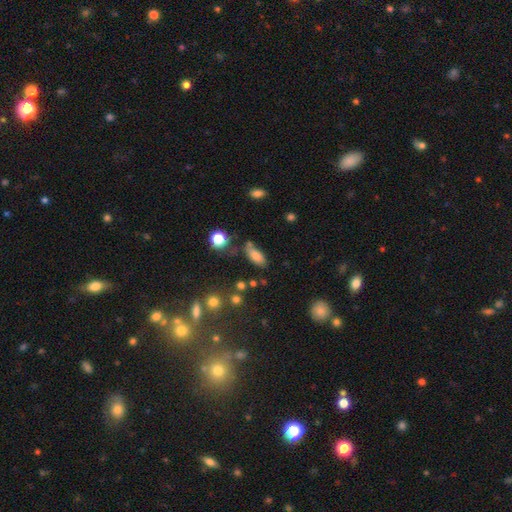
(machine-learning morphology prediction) Smooth or featured: smooth — 78% (featured or disk — 11%)
How rounded: in between — 82% (cigar-shaped — 14%)
Merging: none — 57% (minor disturbance — 23%)